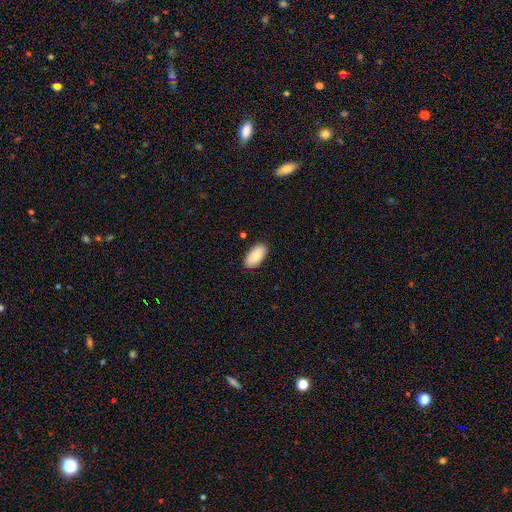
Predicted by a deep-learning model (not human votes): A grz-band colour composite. It shows a smooth galaxy with no disk features (86%) that is in between round and cigar-shaped (94%). Merging: none (88%).